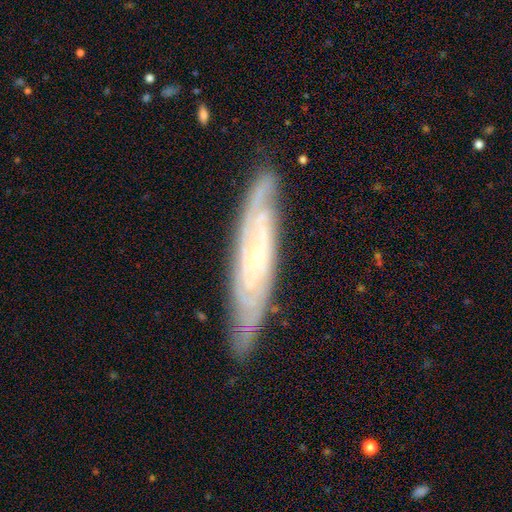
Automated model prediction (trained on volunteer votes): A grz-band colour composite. It shows a featured or disk galaxy (82%) with no bar (64%), tight (70%) spiral arms (95%) and a small central bulge (79%). Merging: none (81%).